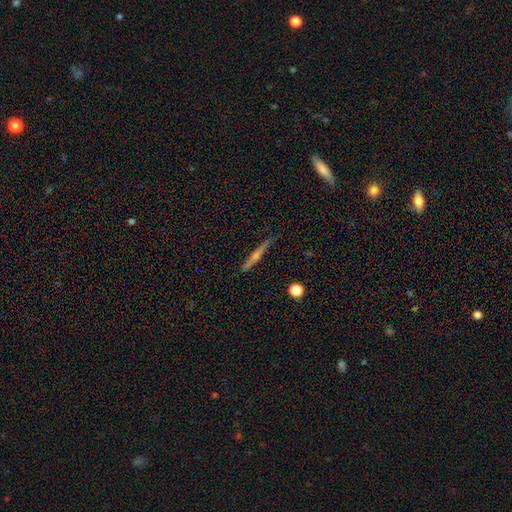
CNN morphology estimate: A featured or disk galaxy (68%) viewed edge-on (97%) with a rounded central bulge (78%).

Vote fractions:
- Smooth or featured? featured or disk: 68% / smooth: 25% / star or artifact: 7%
- Edge-on disk? yes: 97% / no: 3%
- Edge-on bulge? rounded: 78% / none: 16% / boxy: 6%
- Merging? none: 87% / minor disturbance: 10% / major disturbance: 2% / merger: 1%